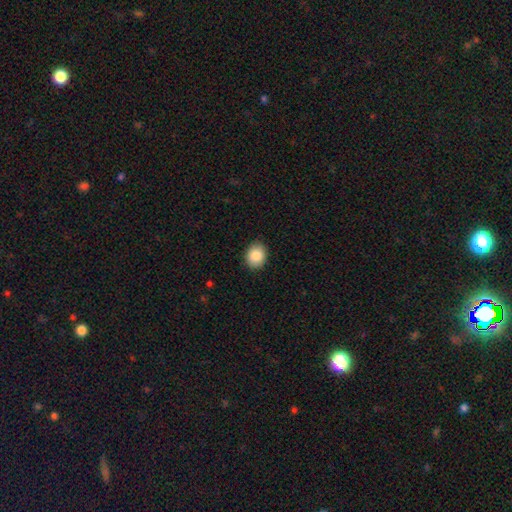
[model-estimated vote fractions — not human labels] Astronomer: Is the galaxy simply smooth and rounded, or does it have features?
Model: smooth — 87%.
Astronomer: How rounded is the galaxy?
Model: round — 50% (runner-up: in between, 49%).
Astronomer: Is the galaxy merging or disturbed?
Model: none — 89%.